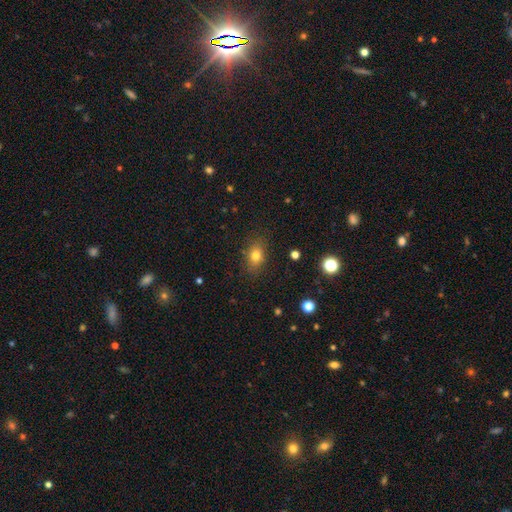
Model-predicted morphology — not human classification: smooth-or-featured: smooth: 78% | star or artifact: 13% | featured or disk: 9%
  how-rounded: in between: 68% | round: 30% | cigar-shaped: 2%
  merging: none: 83% | minor disturbance: 12% | major disturbance: 3% | merger: 1%